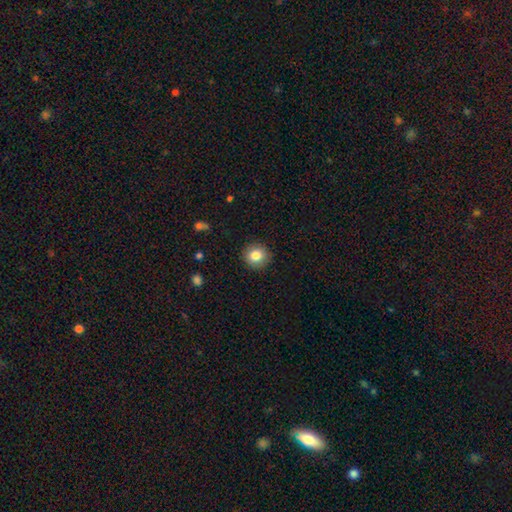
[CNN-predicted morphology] Overall: smooth (83%). How rounded: round (91%). Merging: none (90%).